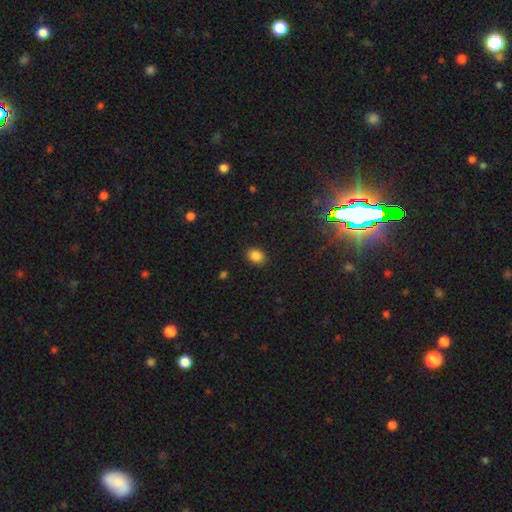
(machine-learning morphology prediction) Smooth or featured? Predicted: smooth (p=0.86). How rounded? Predicted: in between (p=0.66). Merging? Predicted: none (p=0.89).